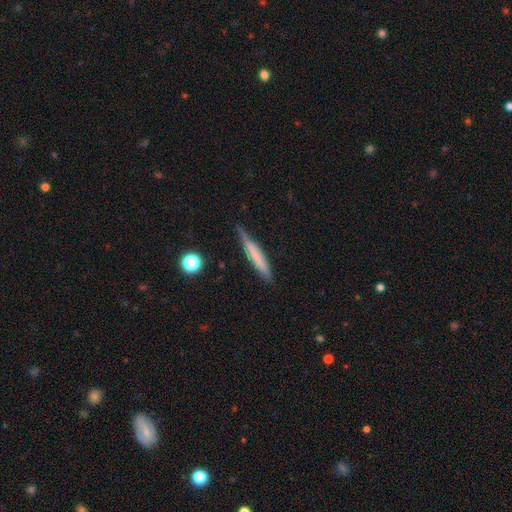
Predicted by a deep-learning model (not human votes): Smooth or featured? Predicted: smooth (p=0.59). How rounded? Predicted: cigar-shaped (p=0.93). Merging? Predicted: none (p=0.76).